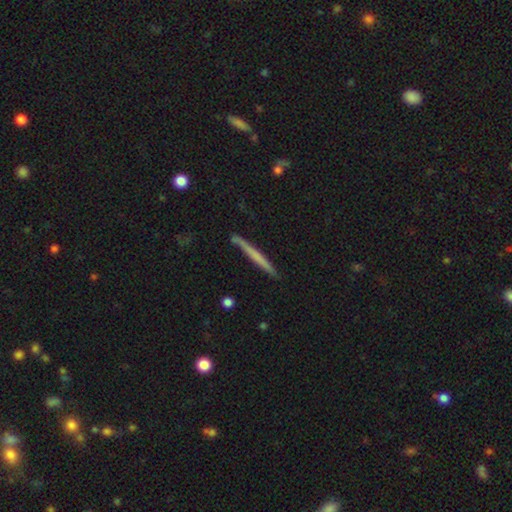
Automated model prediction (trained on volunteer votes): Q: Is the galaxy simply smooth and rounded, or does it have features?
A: smooth — 52%.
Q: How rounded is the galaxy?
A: cigar-shaped — 97%.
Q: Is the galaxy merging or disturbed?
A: none — 87%.